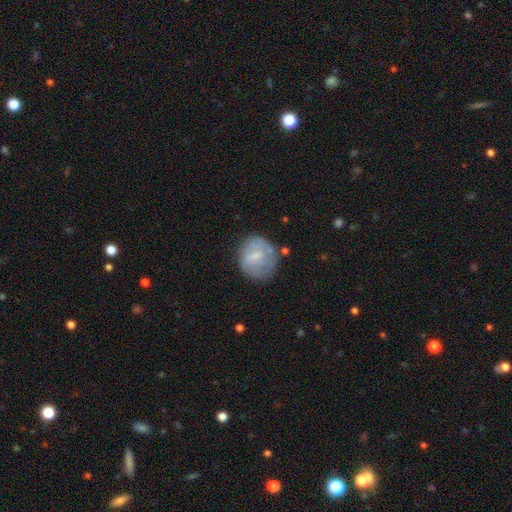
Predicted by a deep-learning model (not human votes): Overall: smooth (55%; featured or disk 38%). How rounded: round (79%). Merging: none (62%; minor disturbance 23%).